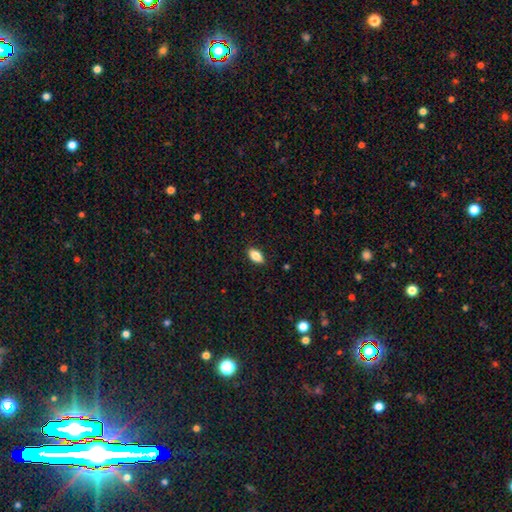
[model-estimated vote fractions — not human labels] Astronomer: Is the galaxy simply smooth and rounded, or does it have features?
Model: smooth — 84%.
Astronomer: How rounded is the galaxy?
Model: in between — 90%.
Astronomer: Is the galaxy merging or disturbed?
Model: none — 87%.